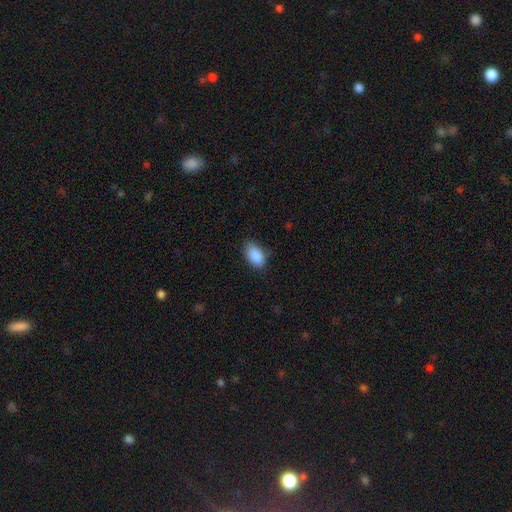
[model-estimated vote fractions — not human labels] A smooth galaxy with no disk features (89%) that is in between round and cigar-shaped (93%).

Vote fractions:
- Smooth or featured? smooth: 89% / star or artifact: 7% / featured or disk: 4%
- How rounded? in between: 93% / round: 6% / cigar-shaped: 2%
- Merging? none: 74% / minor disturbance: 21% / major disturbance: 4% / merger: 1%